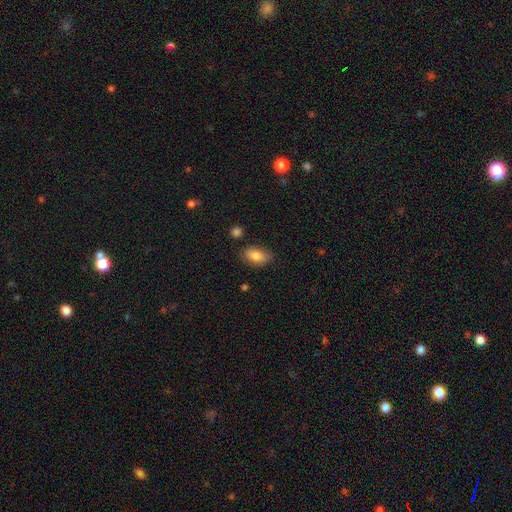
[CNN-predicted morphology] The model was most divided on "merging": none: 77%, minor disturbance: 17%, major disturbance: 3%, merger: 3%. More confident: how rounded — in between (90%); smooth or featured — smooth (83%).